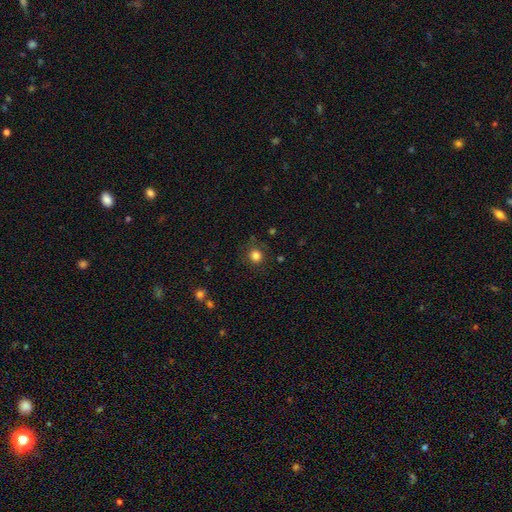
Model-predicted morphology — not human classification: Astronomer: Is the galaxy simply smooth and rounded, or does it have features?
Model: smooth — 83%.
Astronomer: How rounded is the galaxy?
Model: round — 92%.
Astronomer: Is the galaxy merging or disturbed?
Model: none — 83%.